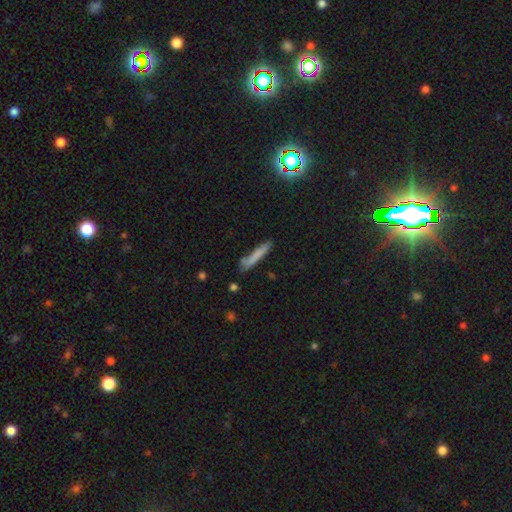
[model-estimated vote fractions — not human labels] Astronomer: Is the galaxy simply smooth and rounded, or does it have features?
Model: smooth — 74%.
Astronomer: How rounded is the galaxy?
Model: cigar-shaped — 94%.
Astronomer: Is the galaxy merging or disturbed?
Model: none — 71%.